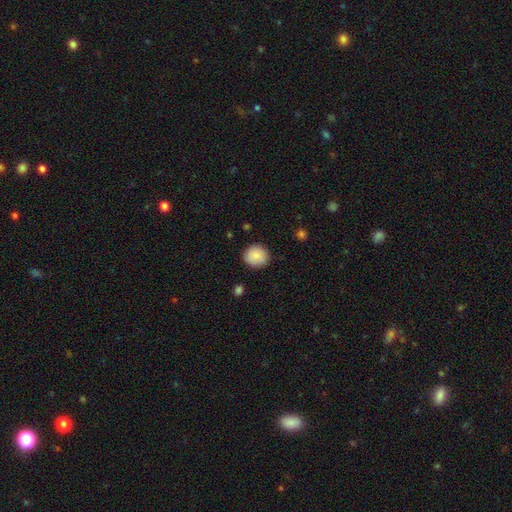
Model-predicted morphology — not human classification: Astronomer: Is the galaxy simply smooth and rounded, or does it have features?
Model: smooth — 88%.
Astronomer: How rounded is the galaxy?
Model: round — 88%.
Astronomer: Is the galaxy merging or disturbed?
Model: none — 88%.